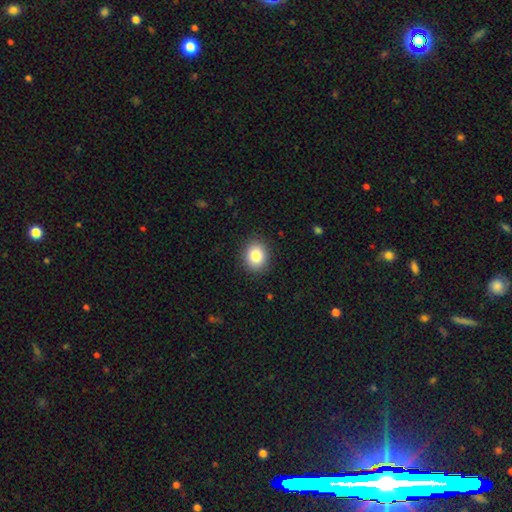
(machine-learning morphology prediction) type=smooth (85%); roundness=round (63%); merging=none (90%).